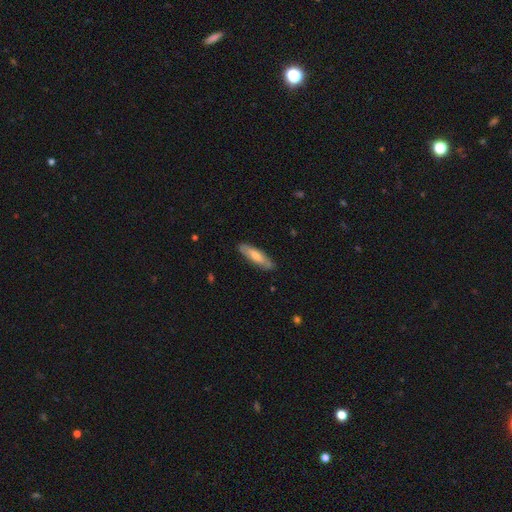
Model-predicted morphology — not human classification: A smooth galaxy with no disk features (63%) that is cigar-shaped (60%). Merging: none (83%).